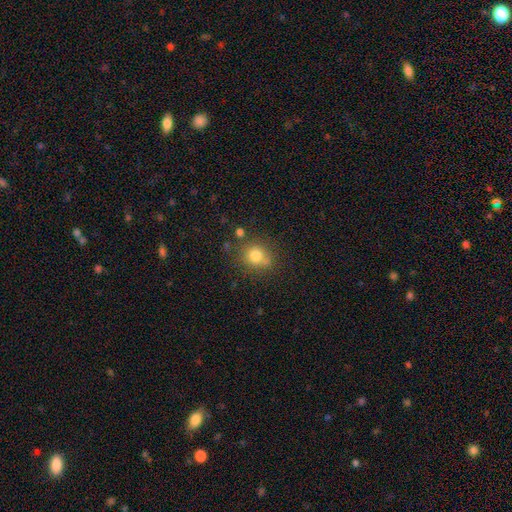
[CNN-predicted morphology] smooth 78%, star or artifact 13%, featured or disk 9%. Down the decision tree: how rounded — round (82%); merging — none (66%).